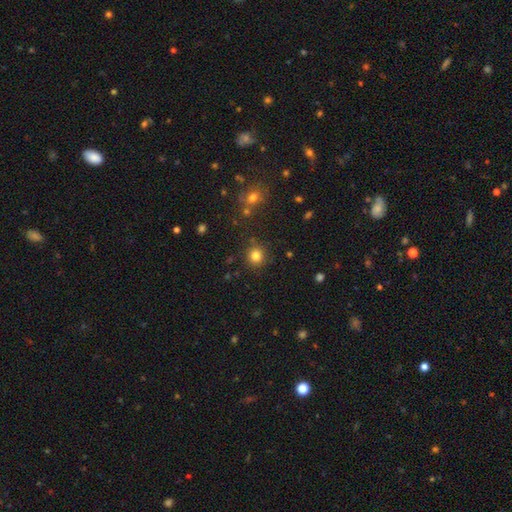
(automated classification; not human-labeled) This is clearly a smooth galaxy (81%). How rounded: clearly round (91%). Merging: clearly none (86%).